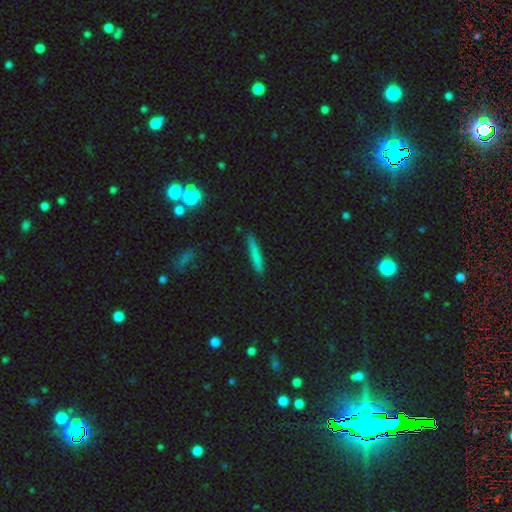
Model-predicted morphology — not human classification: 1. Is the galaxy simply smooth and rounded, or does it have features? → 73% smooth, 18% featured or disk, 9% star or artifact.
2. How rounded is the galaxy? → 93% cigar-shaped, 5% in between, 2% round.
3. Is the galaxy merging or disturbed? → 85% none, 11% minor disturbance, 2% major disturbance, 2% merger.